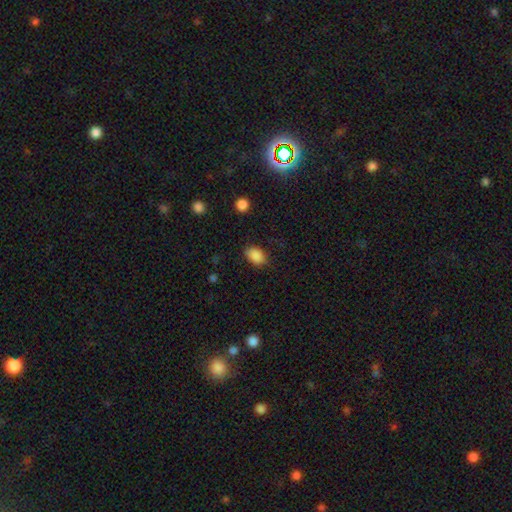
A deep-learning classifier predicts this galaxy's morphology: Smooth or featured? Predicted: smooth (p=0.88). How rounded? Predicted: in between (p=0.81). Merging? Predicted: none (p=0.80).